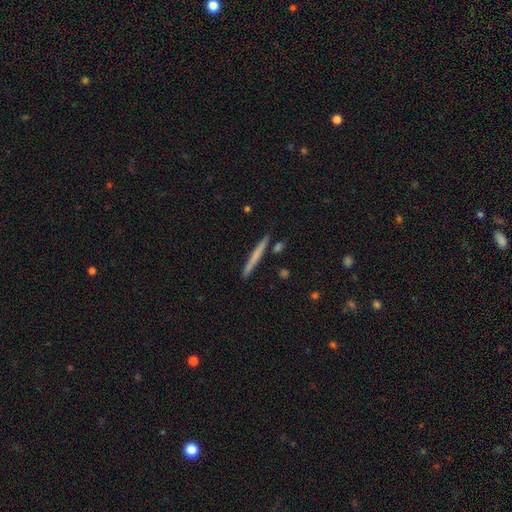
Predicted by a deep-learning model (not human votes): This appears to be a smooth galaxy with no disk features (58%) that is cigar-shaped (97%). Merging: none (89%).